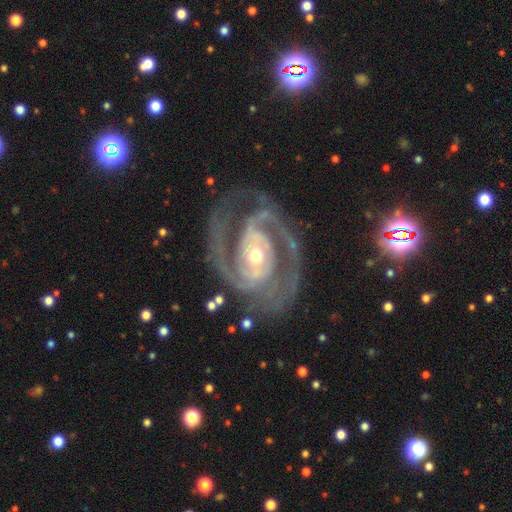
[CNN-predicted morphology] type=featured or disk (93%); edge-on=no (97%); bar=no (45%); spiral arms=yes (98%); winding=tight (49%); arm count=2 (74%); bulge=moderate (58%); merging=none (75%).